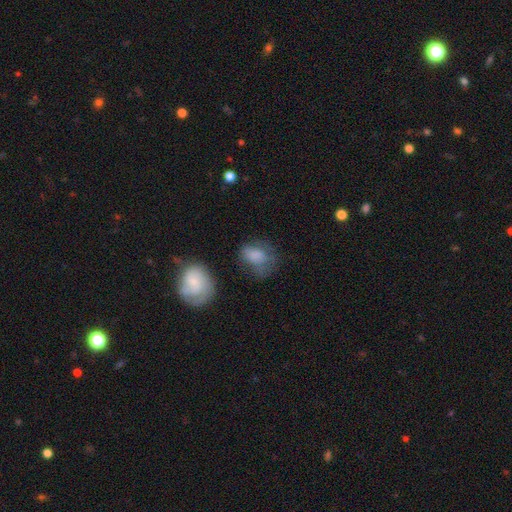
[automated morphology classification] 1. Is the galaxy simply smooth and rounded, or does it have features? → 72% smooth, 18% featured or disk, 9% star or artifact.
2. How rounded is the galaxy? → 75% in between, 23% round, 2% cigar-shaped.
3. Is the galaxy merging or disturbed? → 40% none, 29% minor disturbance, 24% major disturbance, 8% merger.